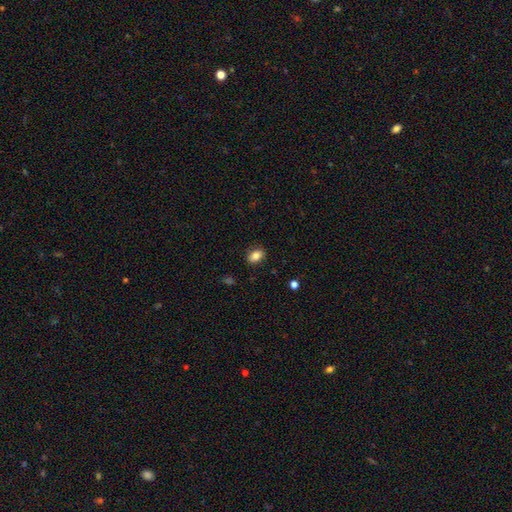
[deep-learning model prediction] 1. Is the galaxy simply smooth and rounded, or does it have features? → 82% smooth, 9% star or artifact, 8% featured or disk.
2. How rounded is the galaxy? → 78% in between, 20% round, 2% cigar-shaped.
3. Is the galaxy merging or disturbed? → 86% none, 10% minor disturbance, 2% major disturbance, 1% merger.